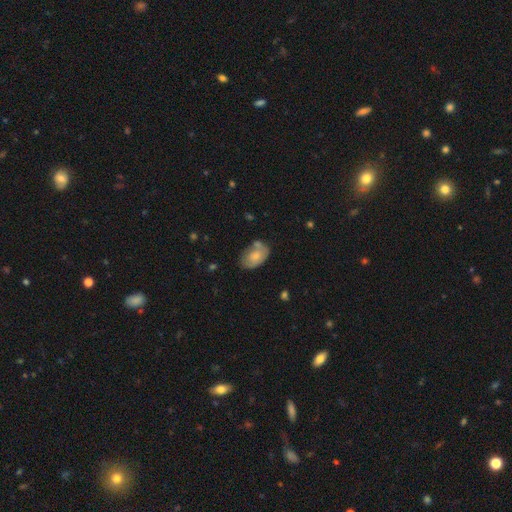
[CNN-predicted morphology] Q: Smooth or featured?
A: smooth (67%); runner-up: featured or disk (26%)
Q: How rounded?
A: in between (88%); runner-up: round (10%)
Q: Merging?
A: none (52%); runner-up: minor disturbance (28%)